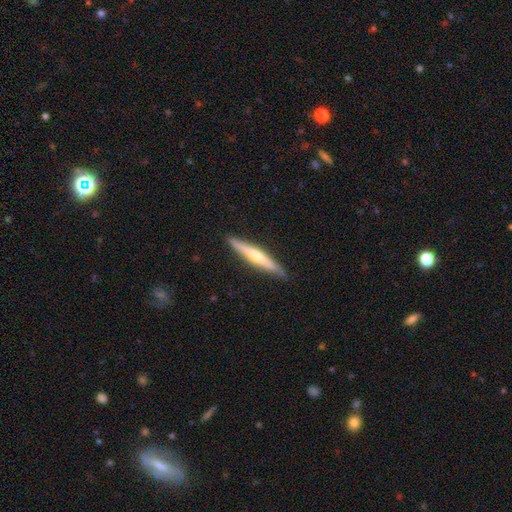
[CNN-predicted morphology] The model was most divided on "smooth or featured": featured or disk: 59%, smooth: 36%, star or artifact: 5%. More confident: edge-on disk — yes (96%); merging — none (89%); edge-on bulge — rounded (80%).